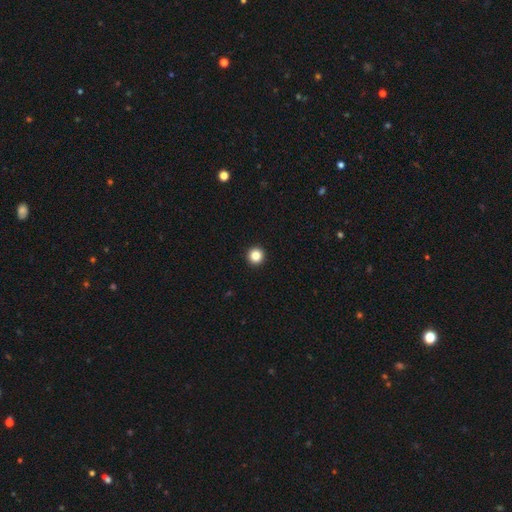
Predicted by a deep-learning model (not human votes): This is clearly a smooth galaxy (85%). How rounded: clearly round (96%). Merging: clearly none (94%).